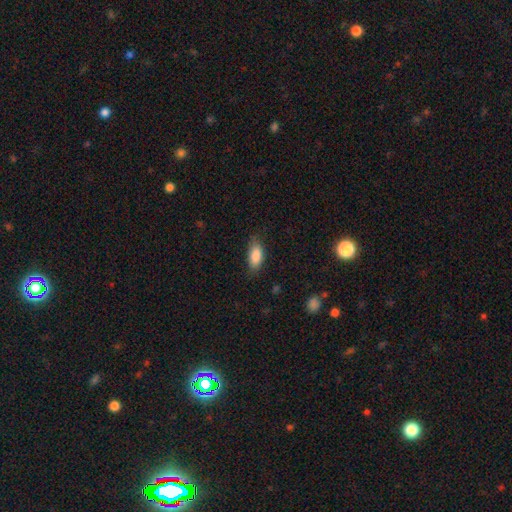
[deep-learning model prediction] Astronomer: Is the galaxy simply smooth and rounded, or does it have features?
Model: smooth — 86%.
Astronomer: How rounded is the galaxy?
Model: in between — 87%.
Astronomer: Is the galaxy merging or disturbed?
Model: none — 74%.